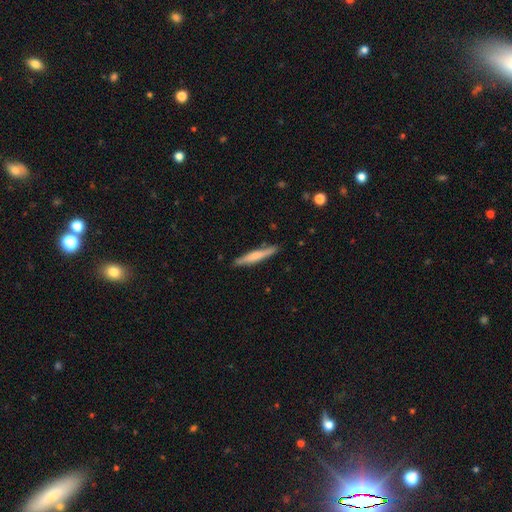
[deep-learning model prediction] smooth_or_featured: smooth (p=0.59) [alt: featured or disk p=0.36]
how_rounded: cigar-shaped (p=0.93) [alt: in between p=0.06]
merging: none (p=0.84) [alt: minor disturbance p=0.12]